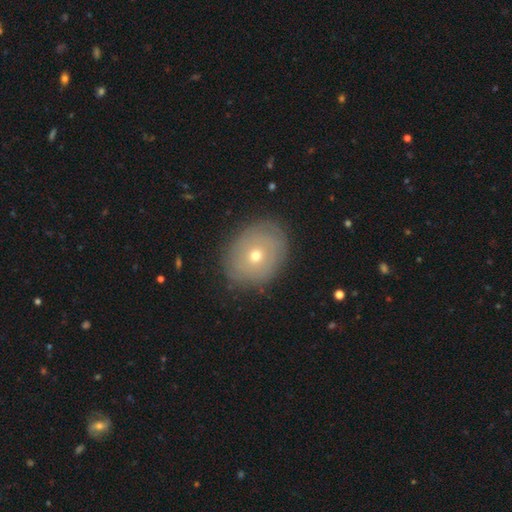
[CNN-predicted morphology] type=smooth (53%); roundness=in between (50%); merging=none (85%).